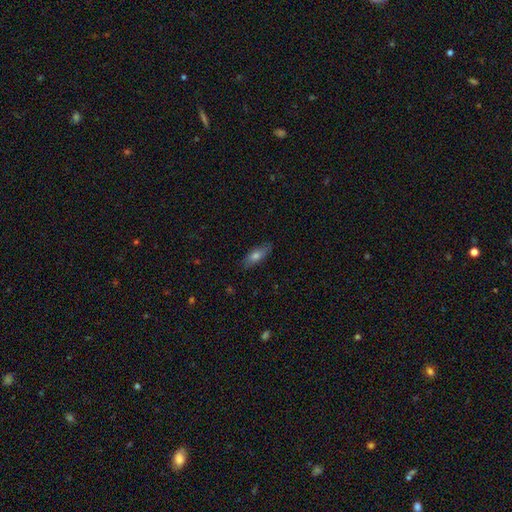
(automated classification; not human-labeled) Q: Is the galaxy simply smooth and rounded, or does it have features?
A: smooth — 67%.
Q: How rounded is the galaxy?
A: in between — 60%.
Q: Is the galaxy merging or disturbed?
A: none — 84%.